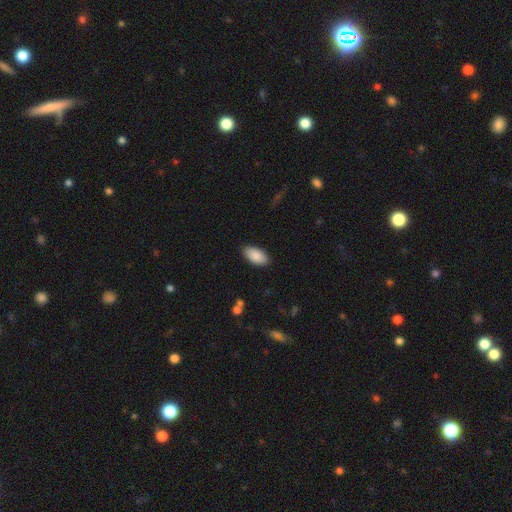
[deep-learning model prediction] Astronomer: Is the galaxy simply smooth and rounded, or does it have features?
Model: smooth — 89%.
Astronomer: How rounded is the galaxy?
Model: in between — 95%.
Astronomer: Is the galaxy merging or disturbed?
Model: none — 88%.